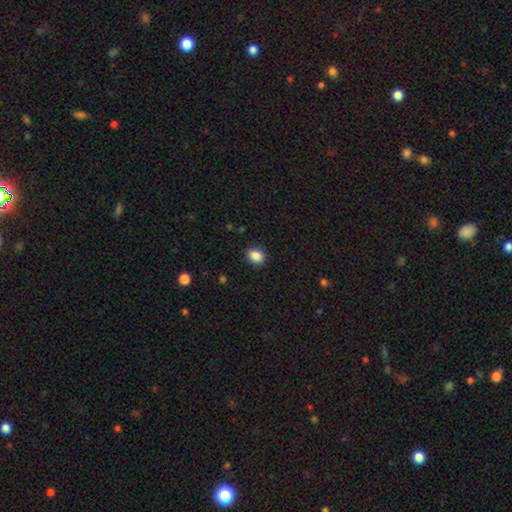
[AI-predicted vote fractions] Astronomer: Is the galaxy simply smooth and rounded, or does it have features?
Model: smooth — 88%.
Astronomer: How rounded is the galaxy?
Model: in between — 52% (runner-up: round, 47%).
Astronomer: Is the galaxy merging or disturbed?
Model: none — 89%.